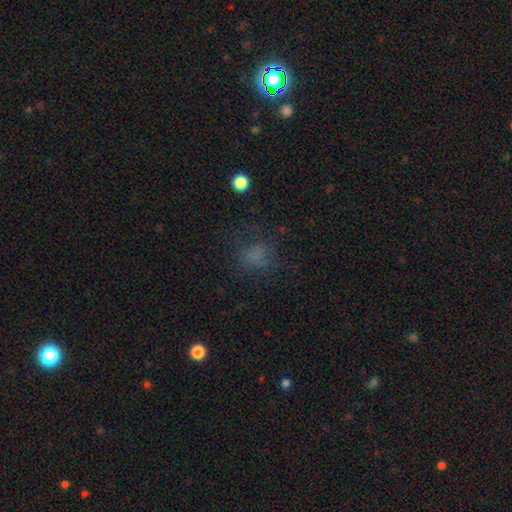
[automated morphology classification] Smooth or featured: smooth — 64% (star or artifact — 22%)
How rounded: round — 66% (in between — 32%)
Merging: none — 63% (minor disturbance — 18%)